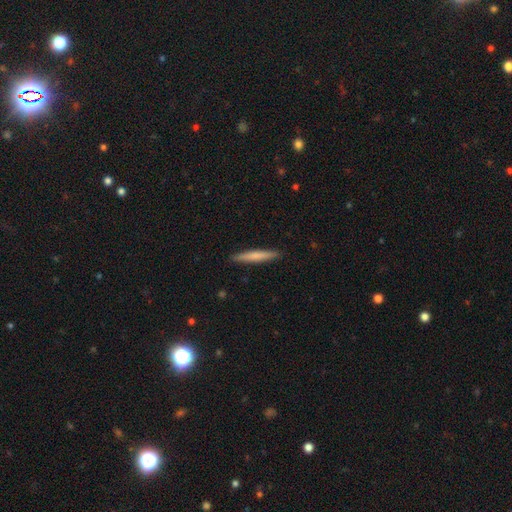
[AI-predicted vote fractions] Morphology: type=smooth (68%); roundness=cigar-shaped (95%); merging=none (91%).